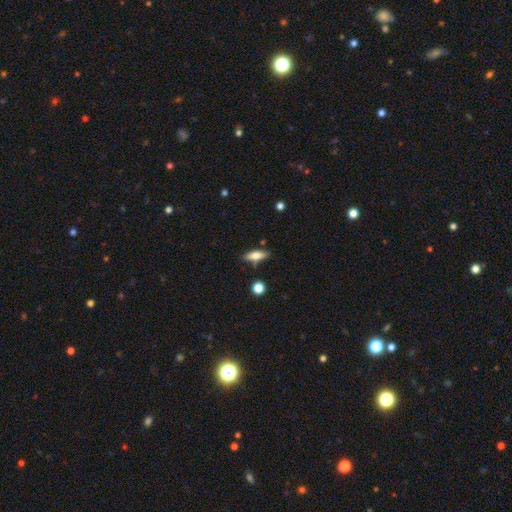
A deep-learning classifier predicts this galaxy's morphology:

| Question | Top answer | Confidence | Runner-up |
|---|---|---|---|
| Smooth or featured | smooth | 68% | featured or disk (24%) |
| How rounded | in between | 56% | cigar-shaped (41%) |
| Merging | none | 80% | minor disturbance (13%) |